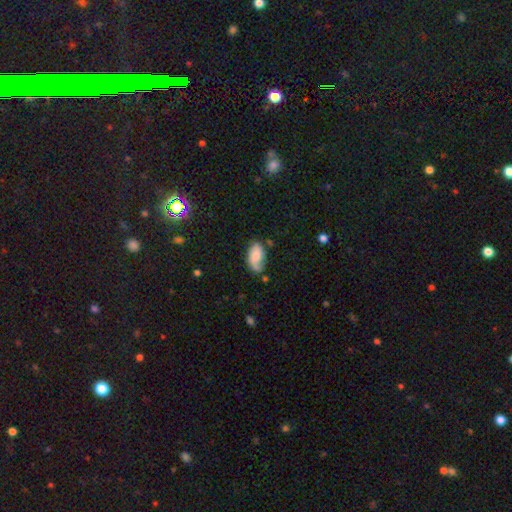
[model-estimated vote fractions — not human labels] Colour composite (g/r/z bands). It shows a smooth galaxy with no disk features (63%) that is in between round and cigar-shaped (93%). Merging: none (55%).